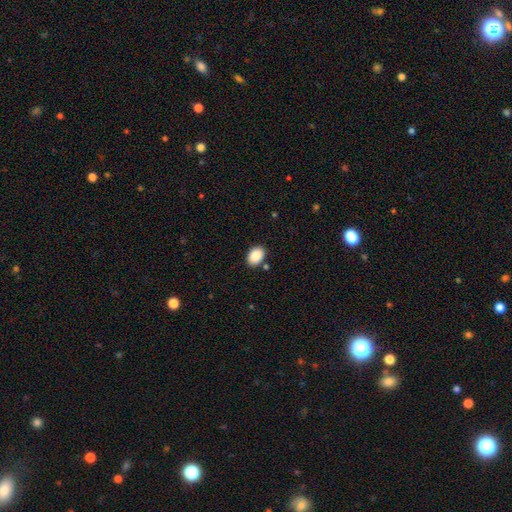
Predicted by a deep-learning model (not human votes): The model was most divided on "how rounded": in between: 80%, round: 19%, cigar-shaped: 1%. More confident: smooth or featured — smooth (89%); merging — none (86%).